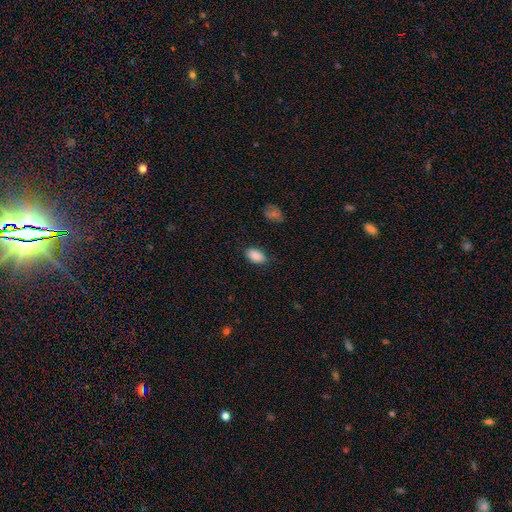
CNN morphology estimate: smooth_or_featured: smooth (p=0.89) [alt: star or artifact p=0.08]
how_rounded: in between (p=0.93) [alt: round p=0.05]
merging: none (p=0.81) [alt: minor disturbance p=0.14]